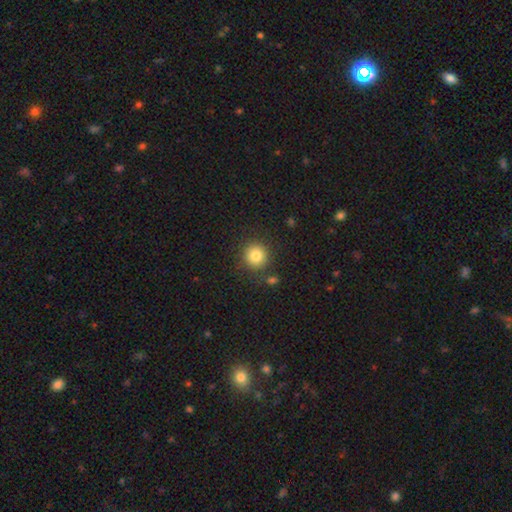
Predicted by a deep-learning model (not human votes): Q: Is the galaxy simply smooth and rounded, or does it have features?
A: smooth — 83%.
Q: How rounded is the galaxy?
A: round — 92%.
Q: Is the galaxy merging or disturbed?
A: none — 84%.